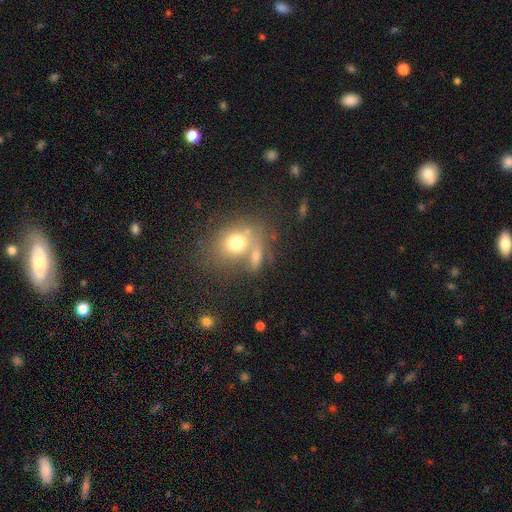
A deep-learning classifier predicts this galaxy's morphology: This is likely a smooth galaxy (65%). How rounded: possibly round (50%). Merging: possibly none (45%).